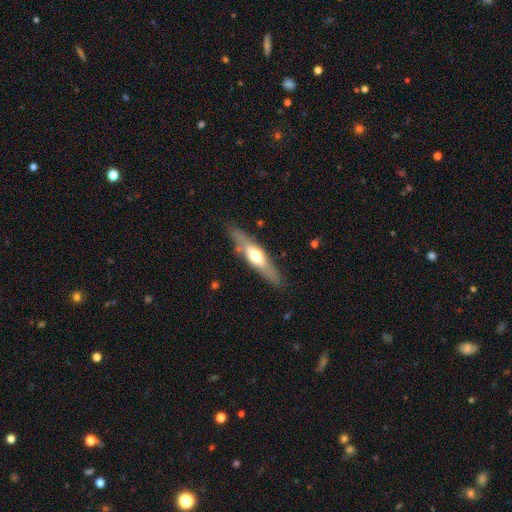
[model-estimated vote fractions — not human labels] Q: Smooth or featured?
A: featured or disk (52%); runner-up: smooth (43%)
Q: Edge-on disk?
A: yes (83%); runner-up: no (17%)
Q: Merging?
A: none (81%); runner-up: minor disturbance (13%)